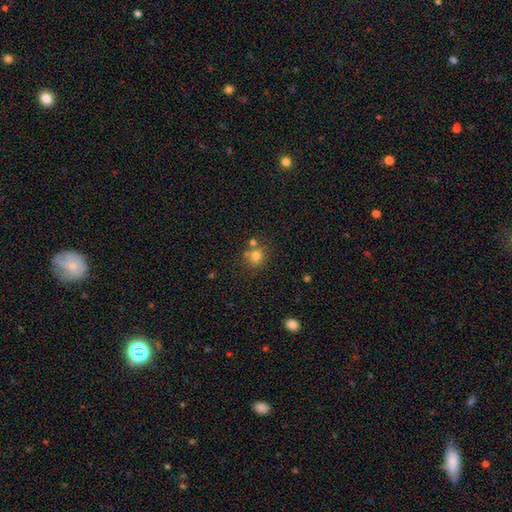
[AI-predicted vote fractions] Smooth or featured: smooth — 76% (star or artifact — 14%)
How rounded: round — 83% (in between — 16%)
Merging: none — 64% (merger — 21%)